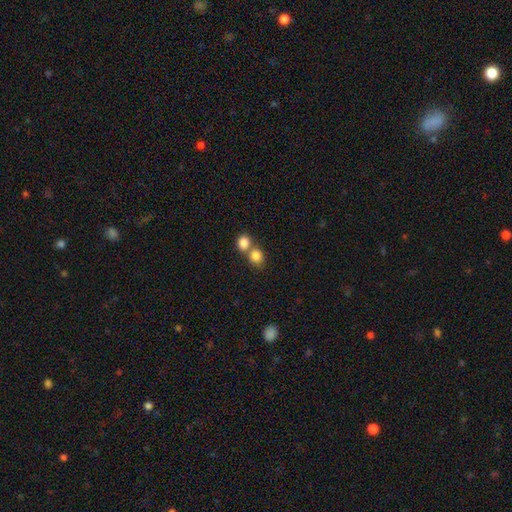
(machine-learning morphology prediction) Smooth or featured?
  - smooth: 84% *
  - star or artifact: 9%
  - featured or disk: 7%
How rounded?
  - round: 70% *
  - in between: 29%
  - cigar-shaped: 1%
Merging?
  - merger: 53% *
  - none: 38%
  - minor disturbance: 6%
  - major disturbance: 3%